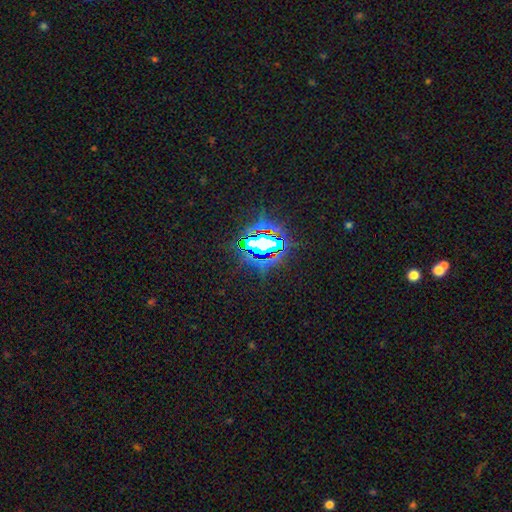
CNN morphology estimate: Smooth or featured? Predicted: star or artifact (p=0.81).